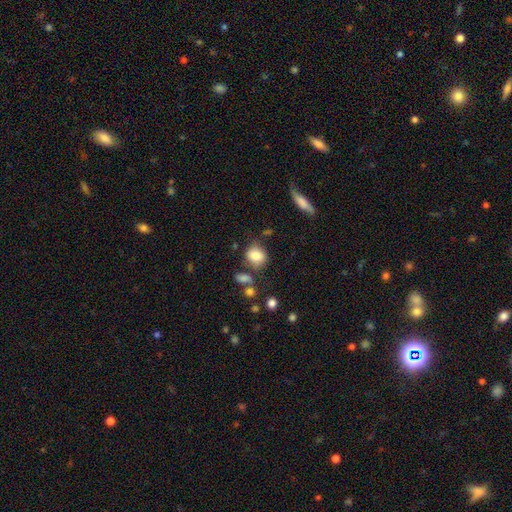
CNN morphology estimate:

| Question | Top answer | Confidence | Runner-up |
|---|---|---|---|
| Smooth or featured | smooth | 81% | star or artifact (9%) |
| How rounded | round | 53% | in between (45%) |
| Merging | none | 61% | minor disturbance (21%) |